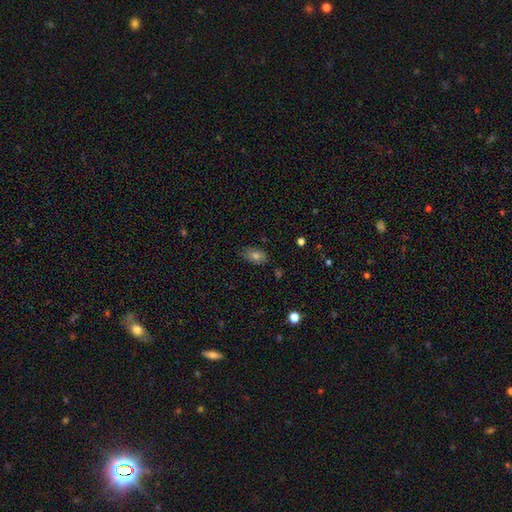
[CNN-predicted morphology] smooth_or_featured: smooth (p=0.71) [alt: featured or disk p=0.16]
how_rounded: in between (p=0.86) [alt: round p=0.12]
merging: none (p=0.82) [alt: minor disturbance p=0.14]